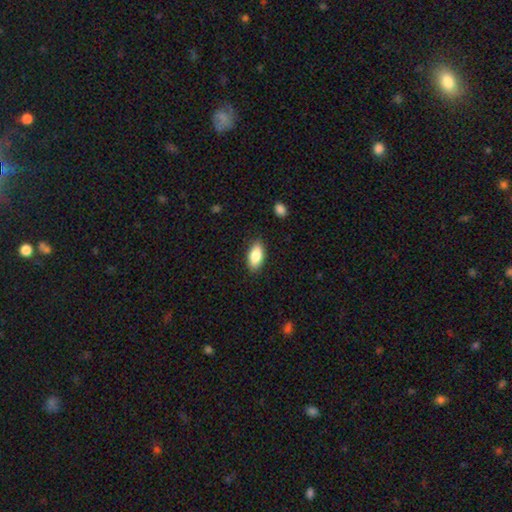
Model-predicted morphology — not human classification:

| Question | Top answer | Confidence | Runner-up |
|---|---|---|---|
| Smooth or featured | smooth | 84% | featured or disk (9%) |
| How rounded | in between | 89% | cigar-shaped (8%) |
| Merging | none | 87% | minor disturbance (10%) |